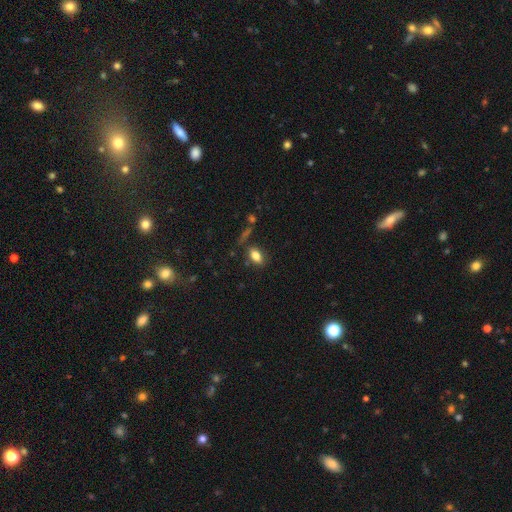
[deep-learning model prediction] Q: Smooth or featured?
A: smooth (80%); runner-up: featured or disk (10%)
Q: How rounded?
A: in between (86%); runner-up: round (10%)
Q: Merging?
A: none (77%); runner-up: minor disturbance (13%)